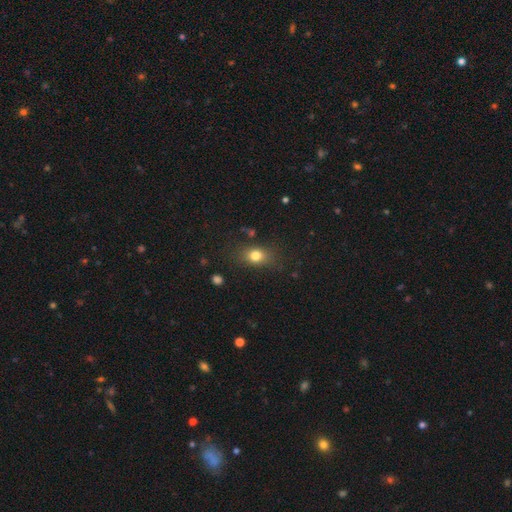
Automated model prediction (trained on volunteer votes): Smooth or featured: smooth — 78% (star or artifact — 12%)
How rounded: in between — 63% (round — 33%)
Merging: none — 78% (minor disturbance — 15%)